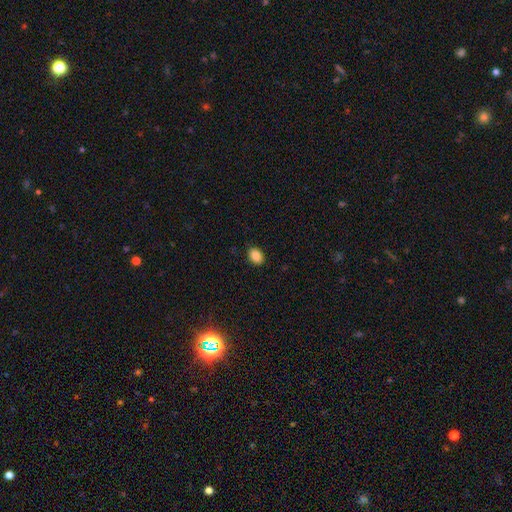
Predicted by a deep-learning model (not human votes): This appears to be a smooth galaxy with no disk features (87%) that is in between round and cigar-shaped (68%). Merging: none (89%).